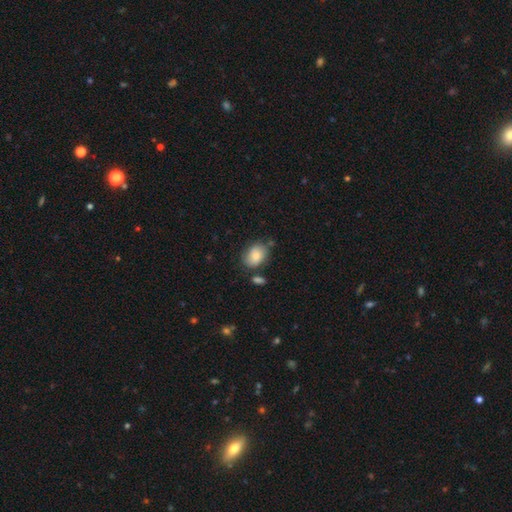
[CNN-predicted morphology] smooth-or-featured: smooth: 83% | featured or disk: 10% | star or artifact: 7%
  how-rounded: in between: 74% | round: 25% | cigar-shaped: 1%
  merging: none: 66% | minor disturbance: 20% | merger: 9% | major disturbance: 5%